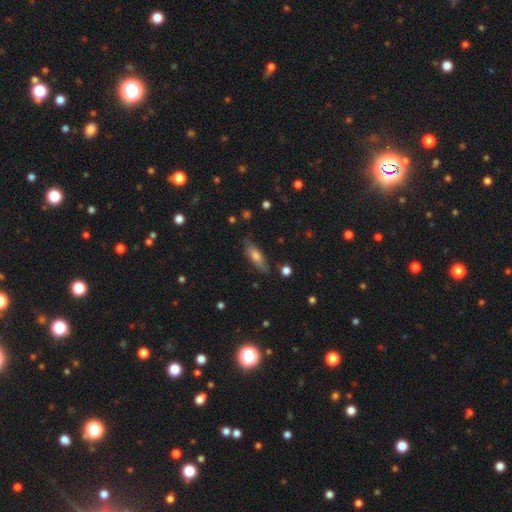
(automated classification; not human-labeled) Overall: smooth (61%; featured or disk 32%). How rounded: cigar-shaped (49%; in between 48%). Merging: none (81%).